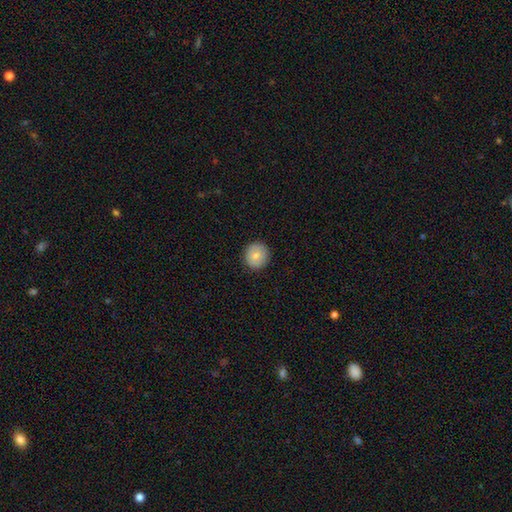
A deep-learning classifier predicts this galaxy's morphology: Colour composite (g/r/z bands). It shows a smooth galaxy with no disk features (75%) that is round (88%). Merging: none (90%).